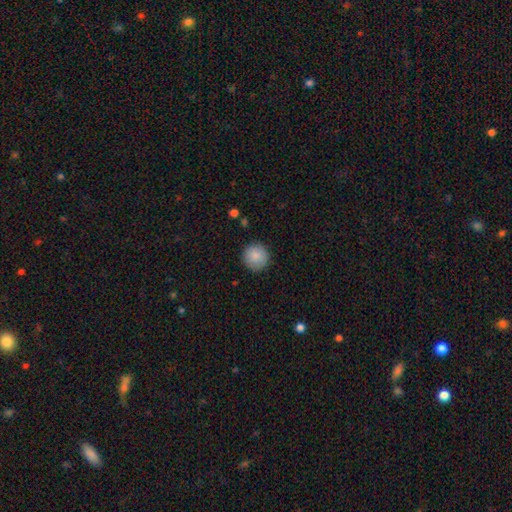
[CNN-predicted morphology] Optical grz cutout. It shows a smooth galaxy with no disk features (88%) that is round (95%). Merging: none (90%).